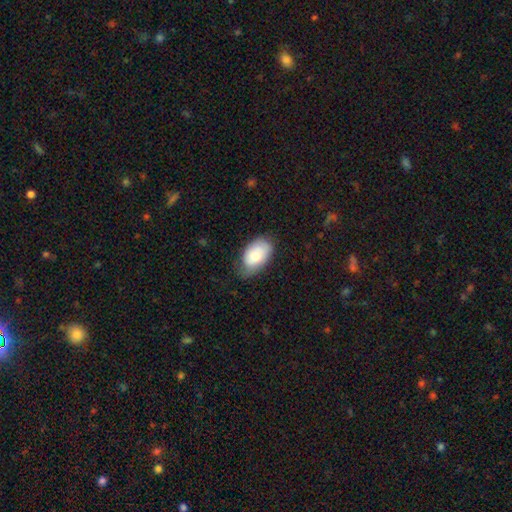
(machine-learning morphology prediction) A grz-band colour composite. It shows a smooth galaxy with no disk features (74%) that is in between round and cigar-shaped (92%). Merging: none (62%).